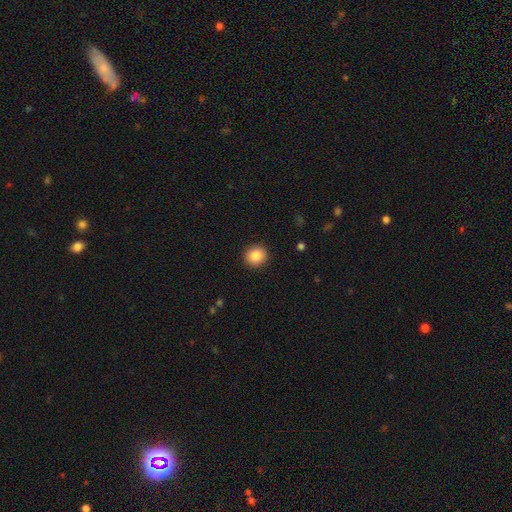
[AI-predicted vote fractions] Morphology: type=smooth (86%); roundness=round (90%); merging=none (92%).